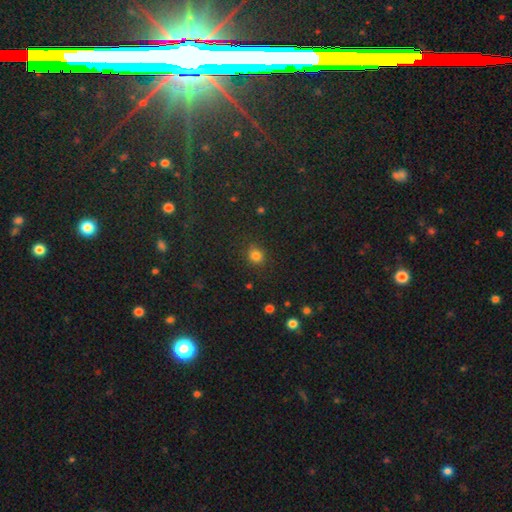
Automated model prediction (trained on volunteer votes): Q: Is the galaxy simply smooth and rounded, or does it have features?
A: smooth — 79%.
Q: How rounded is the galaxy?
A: round — 75%.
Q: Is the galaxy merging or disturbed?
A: none — 84%.